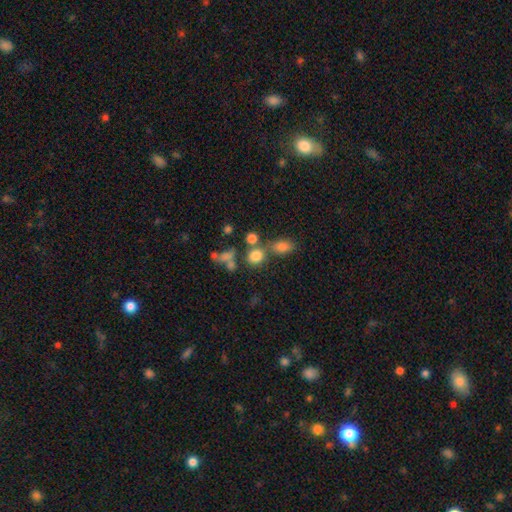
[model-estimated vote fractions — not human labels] smooth-or-featured: smooth: 76% | star or artifact: 14% | featured or disk: 9%
  how-rounded: round: 73% | in between: 25% | cigar-shaped: 2%
  merging: none: 54% | merger: 29% | minor disturbance: 11% | major disturbance: 6%